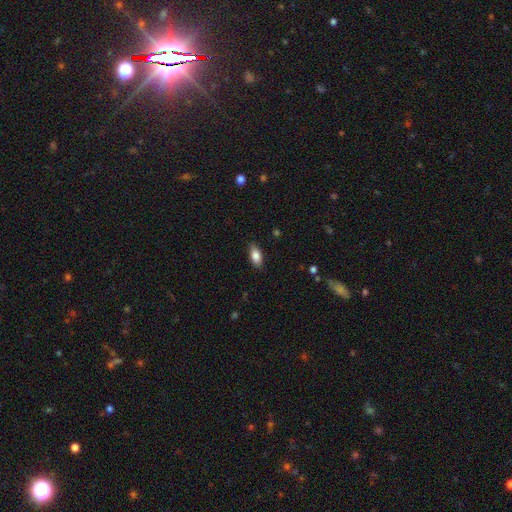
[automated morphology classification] smooth 83%, featured or disk 10%, star or artifact 7%. Down the decision tree: how rounded — in between (89%); merging — none (87%).